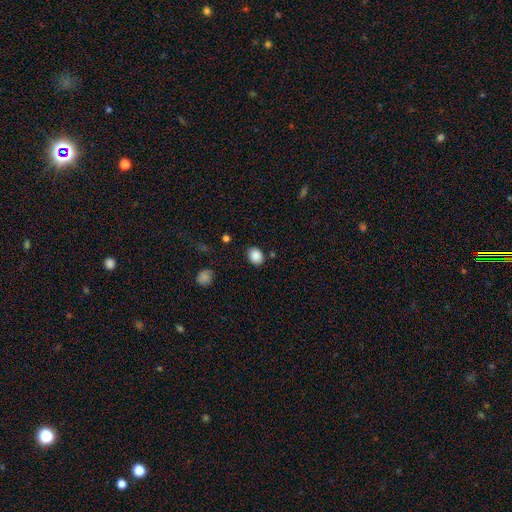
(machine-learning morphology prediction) Smooth or featured? Predicted: smooth (p=0.87). How rounded? Predicted: round (p=0.51). Merging? Predicted: none (p=0.84).